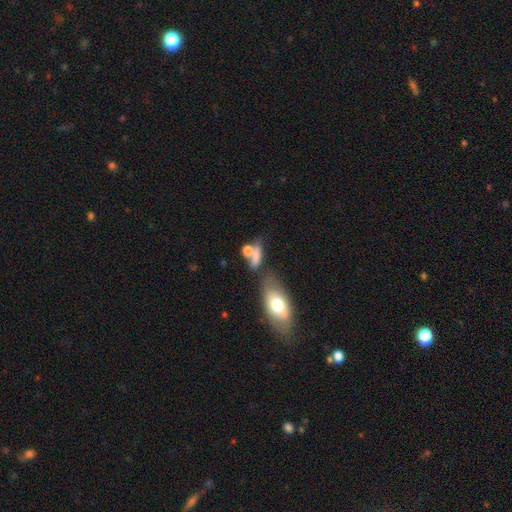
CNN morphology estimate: The model was most divided on "merging": none: 39%, merger: 36%, minor disturbance: 14%, major disturbance: 10%. More confident: smooth or featured — smooth (68%); how rounded — in between (57%).